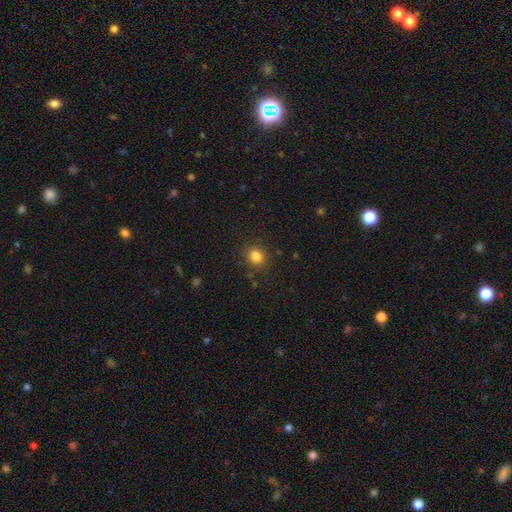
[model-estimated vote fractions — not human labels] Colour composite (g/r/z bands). It shows a smooth galaxy with no disk features (83%) that is round (69%). Merging: none (84%).